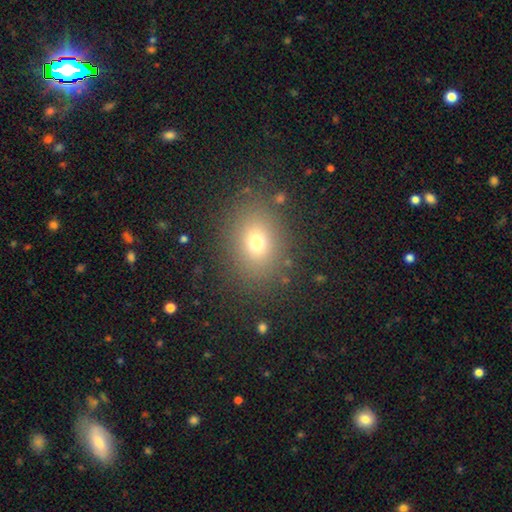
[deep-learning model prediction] This is likely a smooth galaxy (64%). How rounded: likely in between (60%). Merging: clearly none (88%).